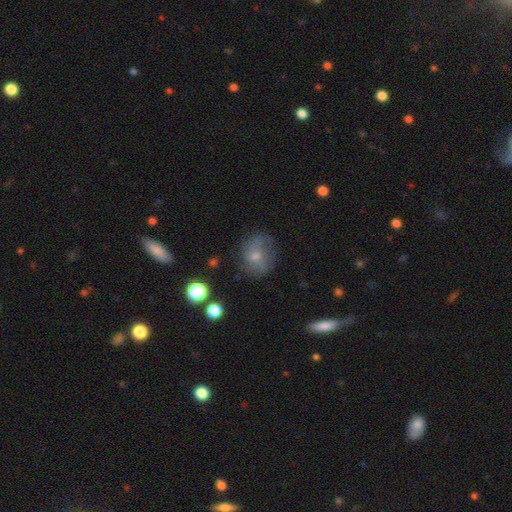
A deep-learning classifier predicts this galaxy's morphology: smooth-or-featured: smooth: 47% | featured or disk: 42% | star or artifact: 11%
  merging: none: 60% | minor disturbance: 23% | major disturbance: 15% | merger: 2%